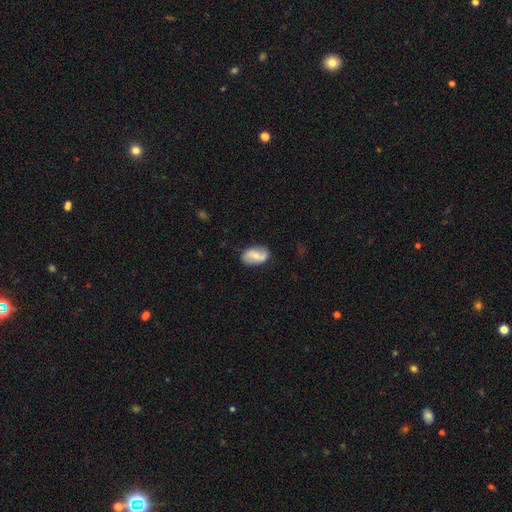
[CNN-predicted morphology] A featured or disk galaxy (54%) with no bar (42%), spiral arms (82%) and a moderate central bulge (48%). Merging: none (76%).